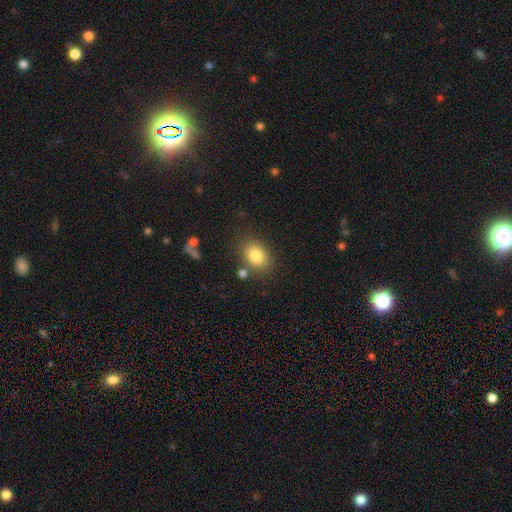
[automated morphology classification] A smooth galaxy with no disk features (83%) that is in between round and cigar-shaped (68%).

Vote fractions:
- Smooth or featured? smooth: 83% / star or artifact: 9% / featured or disk: 8%
- How rounded? in between: 68% / round: 31% / cigar-shaped: 1%
- Merging? none: 76% / minor disturbance: 13% / merger: 7% / major disturbance: 4%